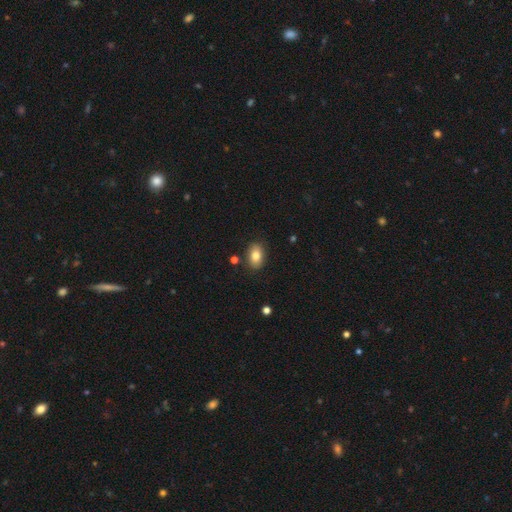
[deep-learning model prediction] smooth_or_featured: smooth (p=0.81) [alt: featured or disk p=0.11]
how_rounded: in between (p=0.87) [alt: round p=0.11]
merging: none (p=0.85) [alt: minor disturbance p=0.10]